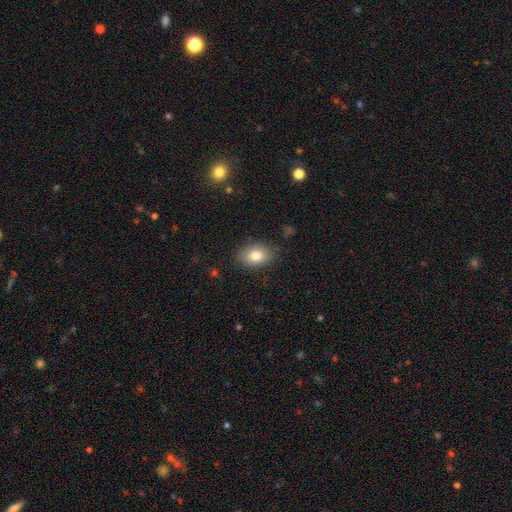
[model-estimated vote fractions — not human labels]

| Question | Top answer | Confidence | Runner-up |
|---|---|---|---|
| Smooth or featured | smooth | 81% | featured or disk (11%) |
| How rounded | in between | 83% | round (16%) |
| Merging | none | 82% | minor disturbance (14%) |